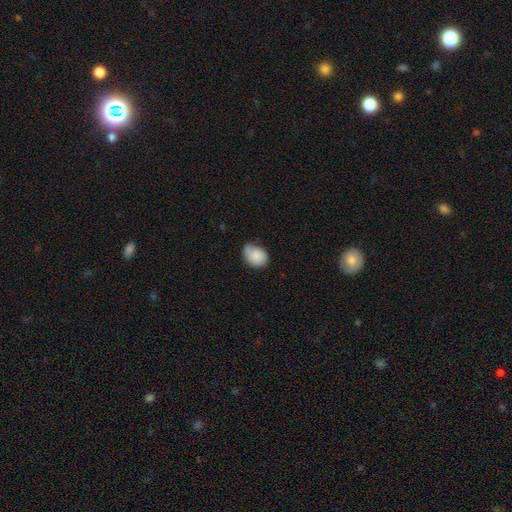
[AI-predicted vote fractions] Q: Smooth or featured?
A: smooth (80%); runner-up: featured or disk (13%)
Q: How rounded?
A: in between (61%); runner-up: round (38%)
Q: Merging?
A: none (43%); runner-up: minor disturbance (42%)